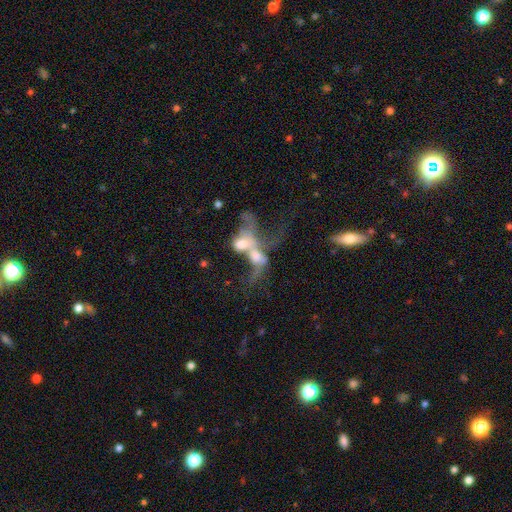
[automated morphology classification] Smooth or featured?
  - featured or disk: 54% *
  - smooth: 34%
  - star or artifact: 12%
Edge-on disk?
  - no: 94% *
  - yes: 6%
Bar?
  - no: 78% *
  - weak: 16%
  - strong: 6%
Spiral arms?
  - no: 69% *
  - yes: 31%
Bulge size?
  - moderate: 35% *
  - large: 24%
  - none: 21%
  - small: 14%
  - dominant: 6%
Merging?
  - merger: 77% *
  - major disturbance: 14%
  - none: 6%
  - minor disturbance: 3%